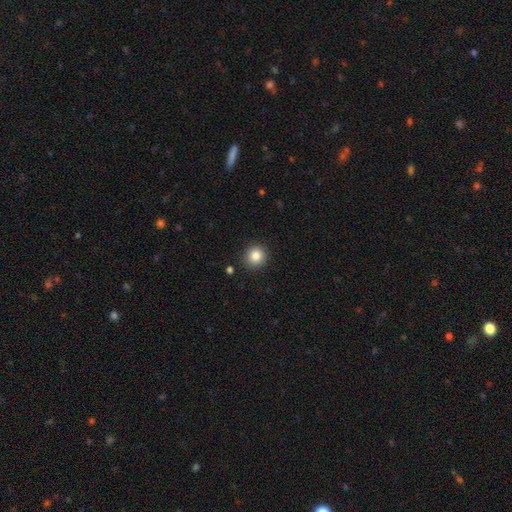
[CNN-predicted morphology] smooth_or_featured: smooth (p=0.84) [alt: star or artifact p=0.10]
how_rounded: round (p=0.91) [alt: in between p=0.08]
merging: none (p=0.90) [alt: minor disturbance p=0.07]